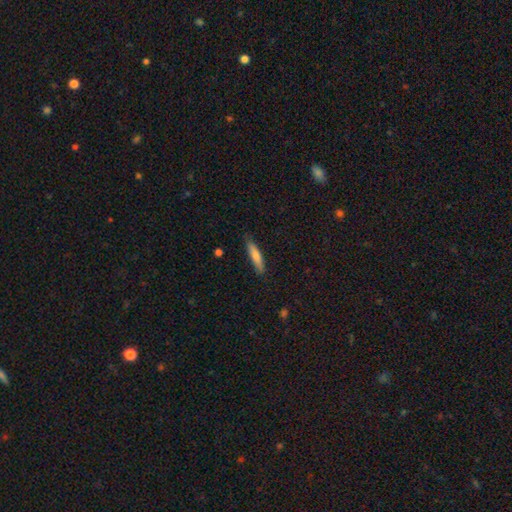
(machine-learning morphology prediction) This appears to be a smooth galaxy with no disk features (75%) that is cigar-shaped (83%). Merging: none (84%).